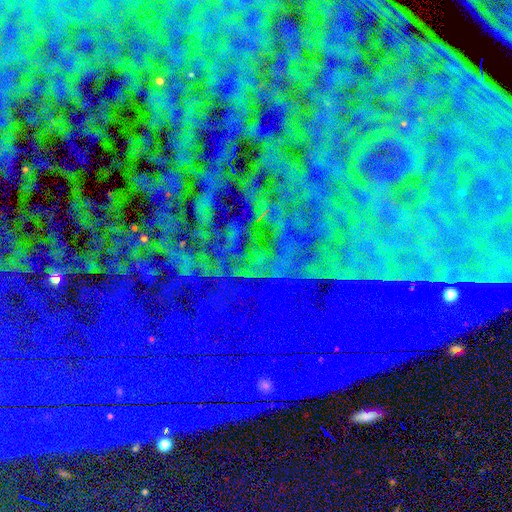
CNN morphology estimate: The model was most divided on "smooth or featured": star or artifact: 87%, featured or disk: 7%, smooth: 6%.